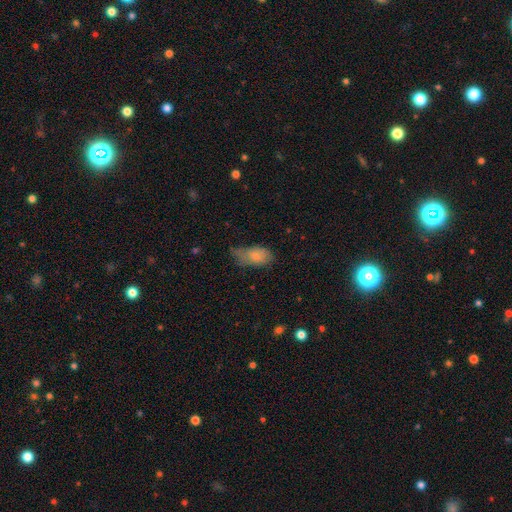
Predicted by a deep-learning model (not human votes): Q: Smooth or featured?
A: smooth (75%); runner-up: featured or disk (17%)
Q: How rounded?
A: in between (91%); runner-up: round (5%)
Q: Merging?
A: minor disturbance (41%); runner-up: none (38%)